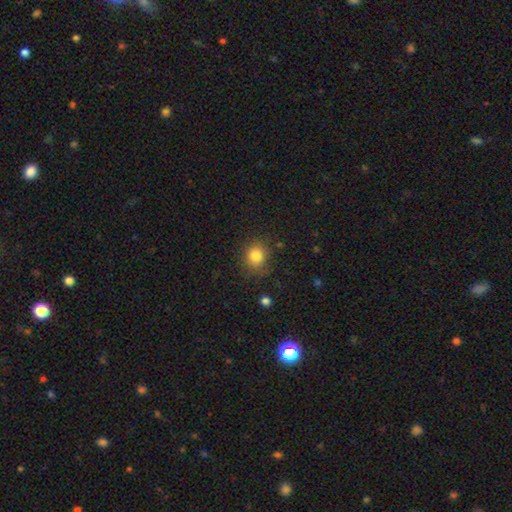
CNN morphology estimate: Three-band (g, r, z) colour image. It shows a smooth galaxy with no disk features (82%) that is round (81%). Merging: none (80%).